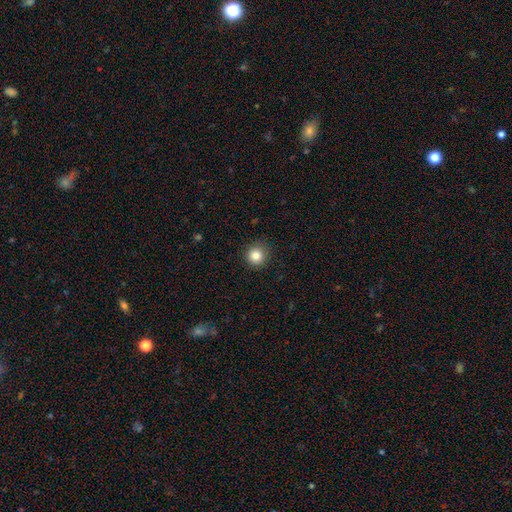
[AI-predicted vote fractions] Smooth or featured?
  - smooth: 84% *
  - star or artifact: 11%
  - featured or disk: 5%
How rounded?
  - round: 92% *
  - in between: 7%
  - cigar-shaped: 1%
Merging?
  - none: 88% *
  - minor disturbance: 8%
  - major disturbance: 2%
  - merger: 1%